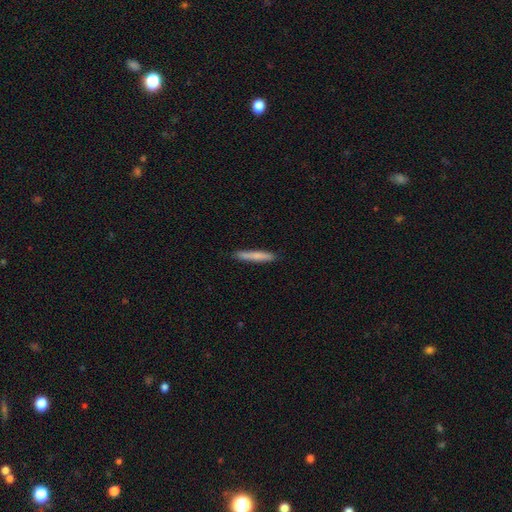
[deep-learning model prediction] A smooth galaxy with no disk features (73%) that is cigar-shaped (95%).

Vote fractions:
- Smooth or featured? smooth: 73% / featured or disk: 21% / star or artifact: 6%
- How rounded? cigar-shaped: 95% / in between: 4% / round: 1%
- Merging? none: 89% / minor disturbance: 8% / major disturbance: 2% / merger: 1%